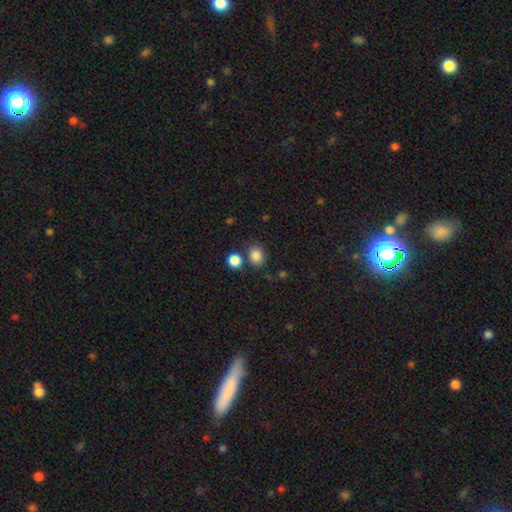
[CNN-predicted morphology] Q: Smooth or featured?
A: smooth (85%); runner-up: star or artifact (11%)
Q: How rounded?
A: round (68%); runner-up: in between (31%)
Q: Merging?
A: none (73%); runner-up: merger (13%)